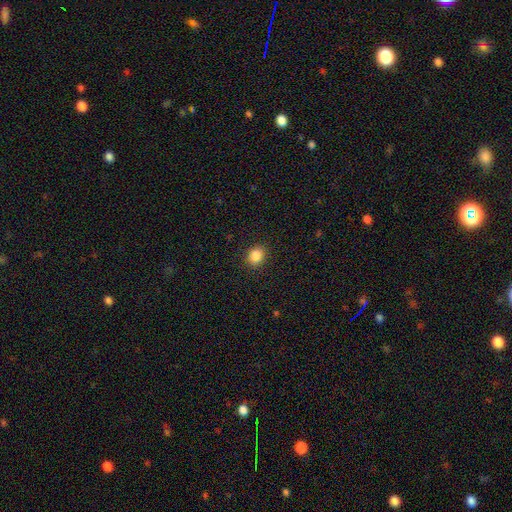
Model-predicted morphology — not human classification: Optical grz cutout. It shows a smooth galaxy with no disk features (86%) that is round (66%). Merging: none (90%).